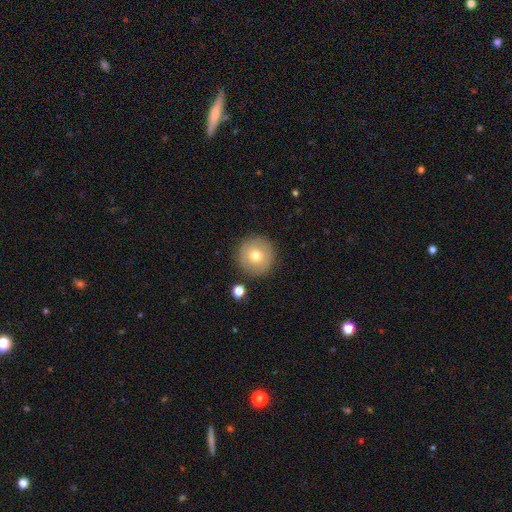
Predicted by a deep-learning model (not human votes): The model was most divided on "smooth or featured": smooth: 72%, featured or disk: 19%, star or artifact: 10%. More confident: how rounded — round (96%); merging — none (88%).